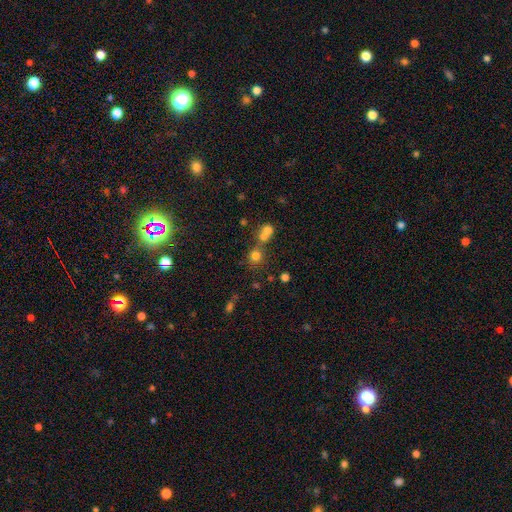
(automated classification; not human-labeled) Morphology: type=smooth (73%); roundness=round (87%); merging=none (55%).